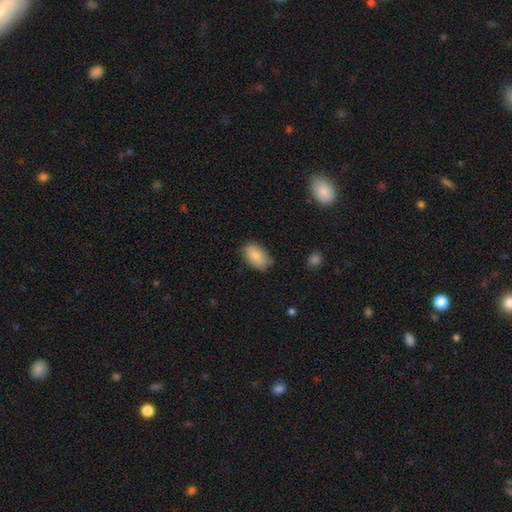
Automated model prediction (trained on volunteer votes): This is clearly a smooth galaxy (80%). How rounded: clearly in between (90%). Merging: likely none (72%).